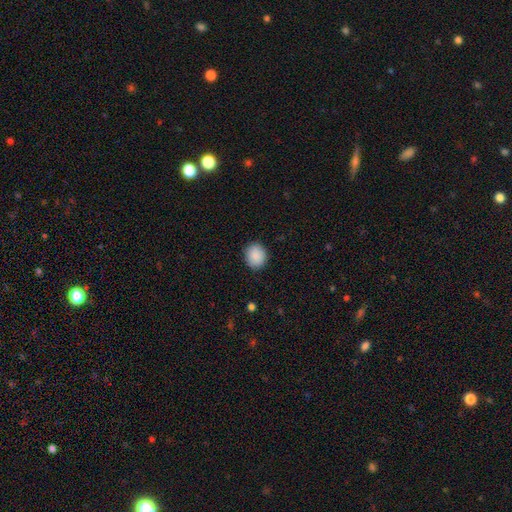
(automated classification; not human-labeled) Overall: smooth (89%). How rounded: round (72%). Merging: none (88%).